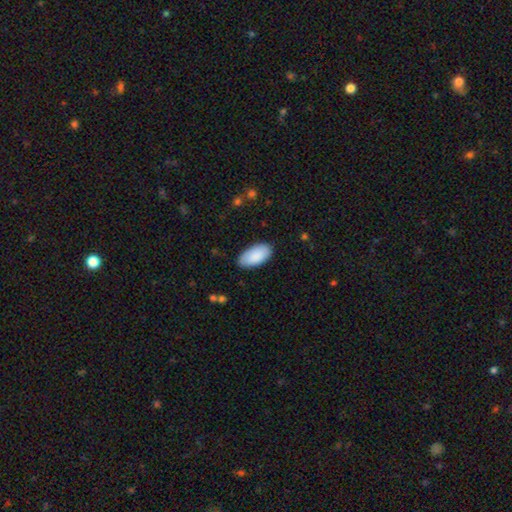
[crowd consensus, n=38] Smooth or featured? 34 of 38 (89%) said smooth. How rounded? 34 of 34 (100%) said in between. Merging? 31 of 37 (84%) said none.